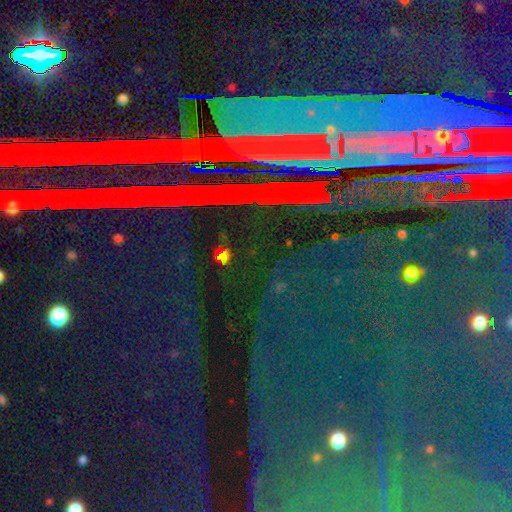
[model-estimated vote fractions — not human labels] Smooth or featured? star or artifact (83%)